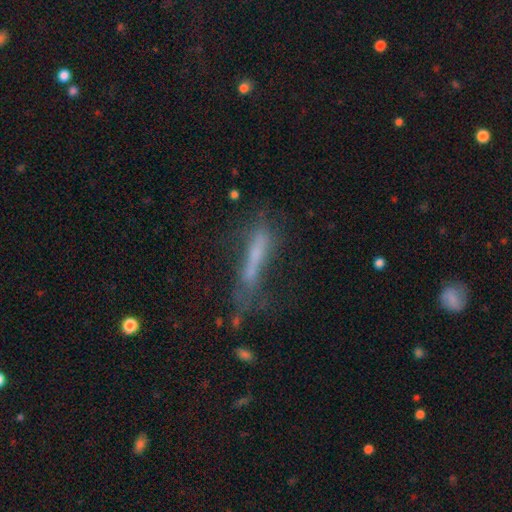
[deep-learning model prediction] This appears to be a smooth galaxy with no disk features (46%). Merging: none (39%).